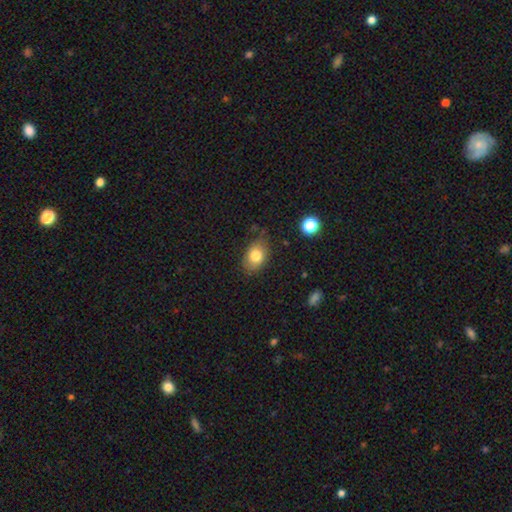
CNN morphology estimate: This appears to be a smooth galaxy with no disk features (80%) that is in between round and cigar-shaped (78%). Merging: none (74%).